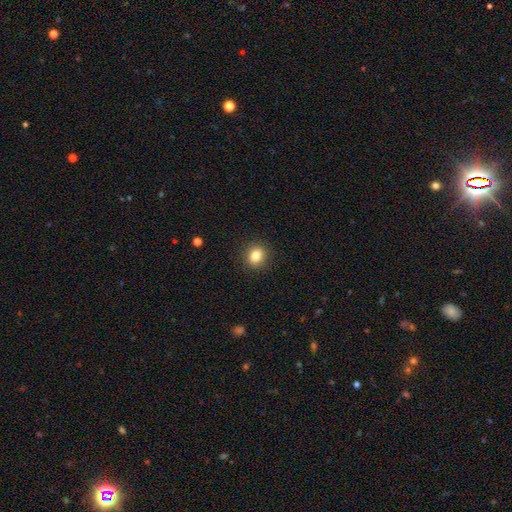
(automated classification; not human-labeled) Smooth or featured? smooth (83%)
How rounded? round (69%)
Merging? none (90%)